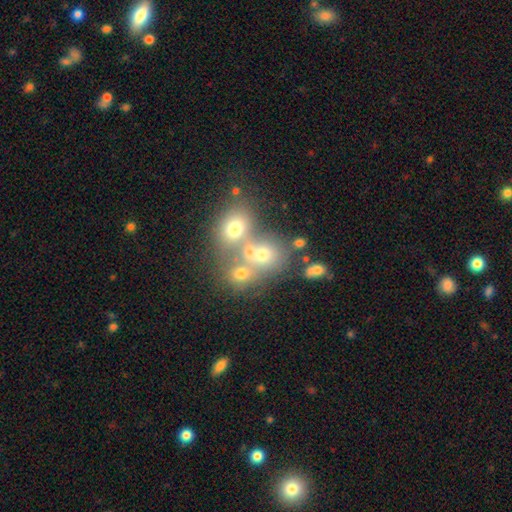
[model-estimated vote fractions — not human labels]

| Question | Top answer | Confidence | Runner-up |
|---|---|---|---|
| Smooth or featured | smooth | 51% | featured or disk (26%) |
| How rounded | round | 66% | in between (33%) |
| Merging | merger | 56% | none (32%) |